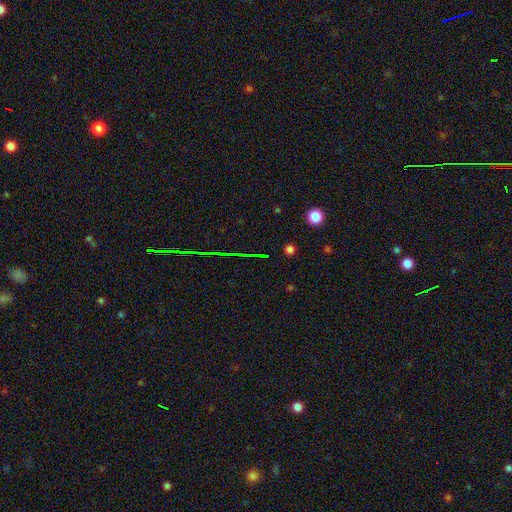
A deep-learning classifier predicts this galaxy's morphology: Smooth or featured? Predicted: star or artifact (p=0.72).